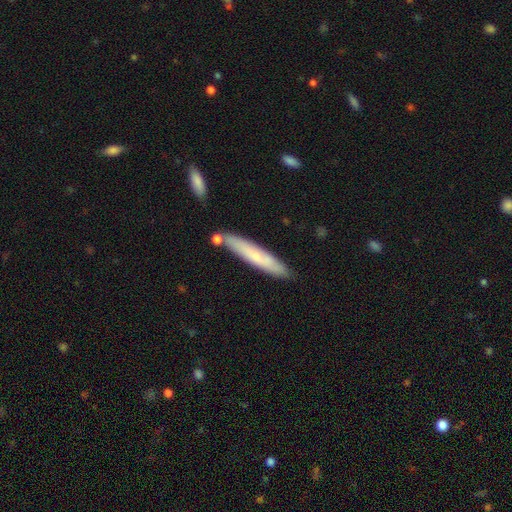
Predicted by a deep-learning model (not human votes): Smooth or featured? smooth (64%)
How rounded? cigar-shaped (91%)
Merging? none (81%)